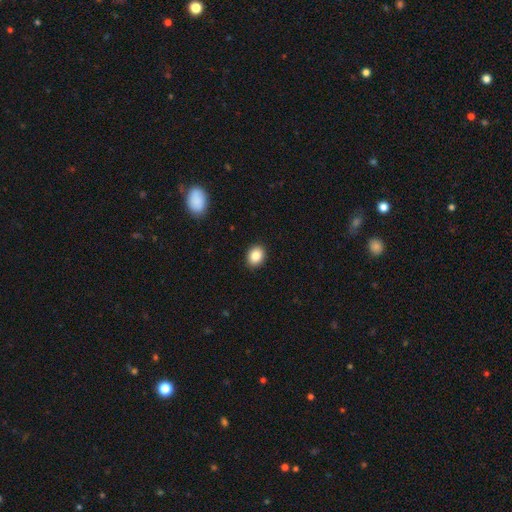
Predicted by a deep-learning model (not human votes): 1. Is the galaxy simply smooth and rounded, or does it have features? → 86% smooth, 9% star or artifact, 6% featured or disk.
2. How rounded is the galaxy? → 54% in between, 45% round, 1% cigar-shaped.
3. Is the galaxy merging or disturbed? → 91% none, 6% minor disturbance, 2% major disturbance, 1% merger.